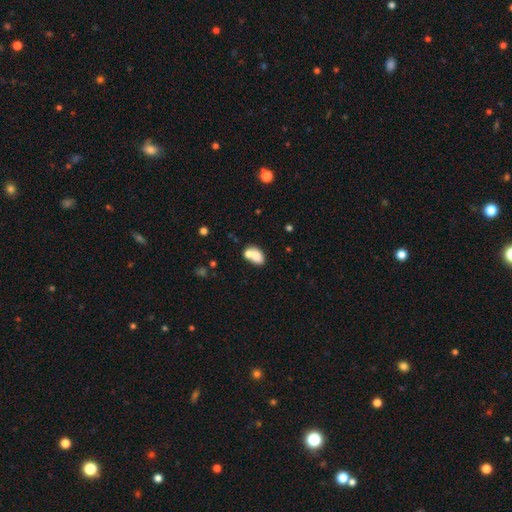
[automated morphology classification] Overall: smooth (73%). How rounded: in between (82%). Merging: merger (49%; none 34%).